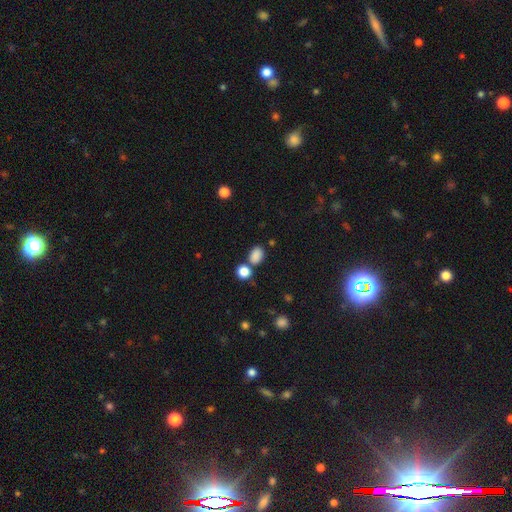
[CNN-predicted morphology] The model was most divided on "merging": none: 66%, merger: 18%, minor disturbance: 13%, major disturbance: 4%. More confident: smooth or featured — smooth (84%); how rounded — in between (74%).